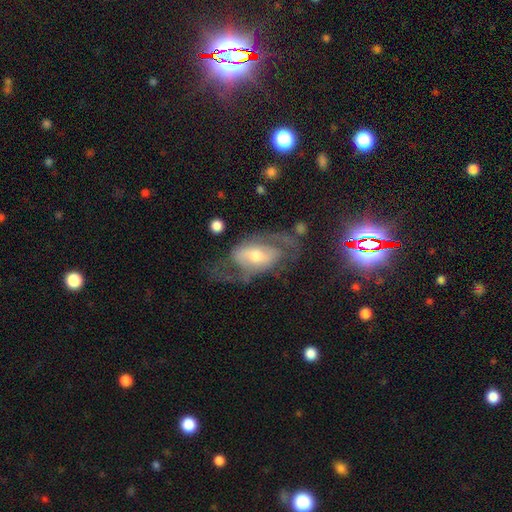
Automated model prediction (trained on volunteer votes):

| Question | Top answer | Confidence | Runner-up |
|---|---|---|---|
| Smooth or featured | featured or disk | 75% | smooth (17%) |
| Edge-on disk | no | 94% | yes (6%) |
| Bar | weak | 39% | no (38%) |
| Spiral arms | yes | 82% | no (18%) |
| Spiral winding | medium | 46% | loose (32%) |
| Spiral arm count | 2 | 77% | can't tell (13%) |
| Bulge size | moderate | 59% | small (29%) |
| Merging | none | 52% | major disturbance (26%) |